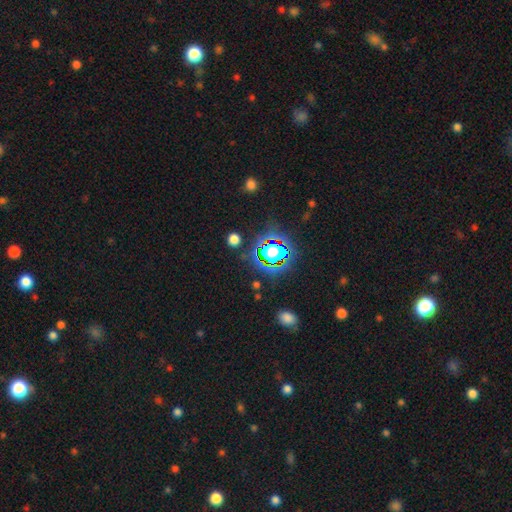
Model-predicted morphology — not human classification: type=star or artifact (81%).